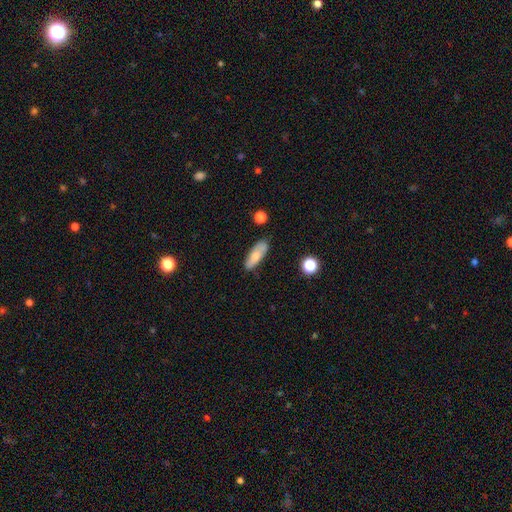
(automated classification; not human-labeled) Overall: smooth (73%). How rounded: in between (57%; cigar-shaped 40%). Merging: none (76%).